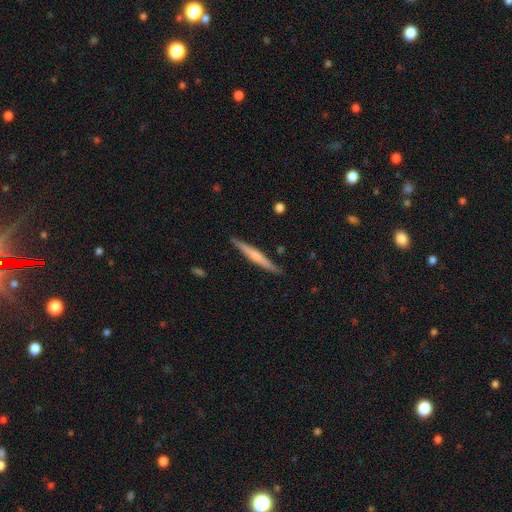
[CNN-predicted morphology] smooth-or-featured: featured or disk: 54% | smooth: 40% | star or artifact: 5%
  disk-edge-on: yes: 97% | no: 3%
    edge-on-bulge: rounded: 51% | none: 35% | boxy: 14%
  merging: none: 90% | minor disturbance: 8% | major disturbance: 1% | merger: 1%